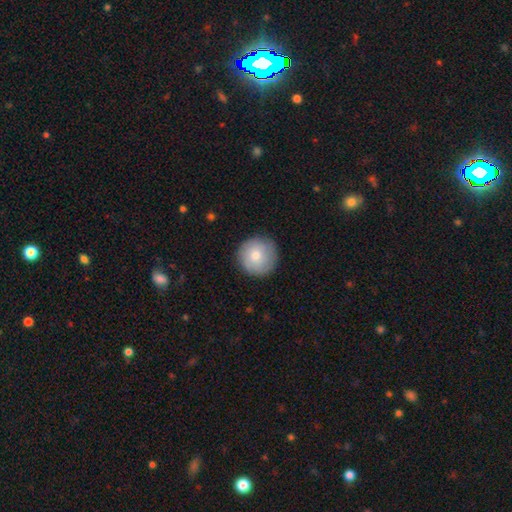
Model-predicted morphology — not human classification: type=smooth (75%); roundness=round (96%); merging=none (87%).